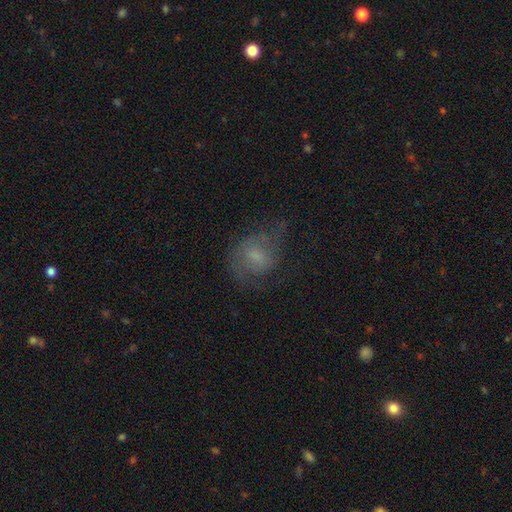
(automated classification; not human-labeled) Smooth or featured?
  - featured or disk: 49% *
  - smooth: 39%
  - star or artifact: 12%
Merging?
  - none: 50% *
  - major disturbance: 25%
  - minor disturbance: 23%
  - merger: 2%